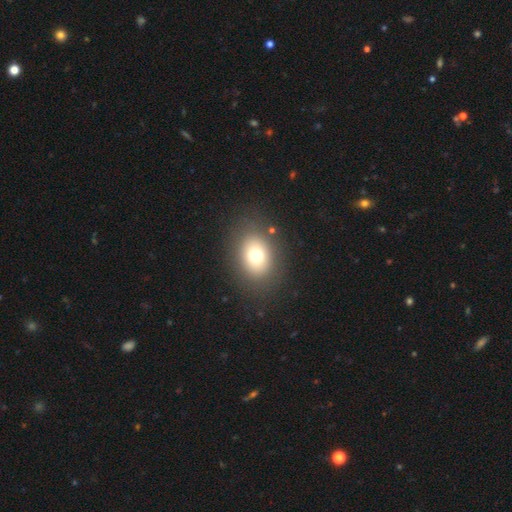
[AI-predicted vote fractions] smooth_or_featured: smooth (p=0.72) [alt: featured or disk p=0.14]
how_rounded: in between (p=0.58) [alt: round p=0.41]
merging: none (p=0.84) [alt: minor disturbance p=0.09]